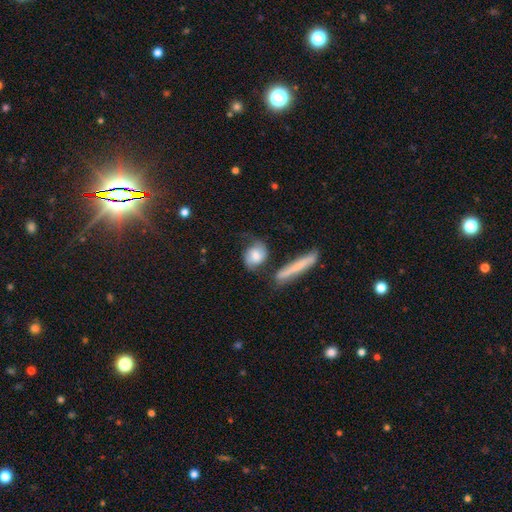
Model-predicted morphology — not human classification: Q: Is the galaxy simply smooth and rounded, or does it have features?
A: smooth — 55%.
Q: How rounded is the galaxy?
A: in between — 47%.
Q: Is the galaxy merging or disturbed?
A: none — 54%.